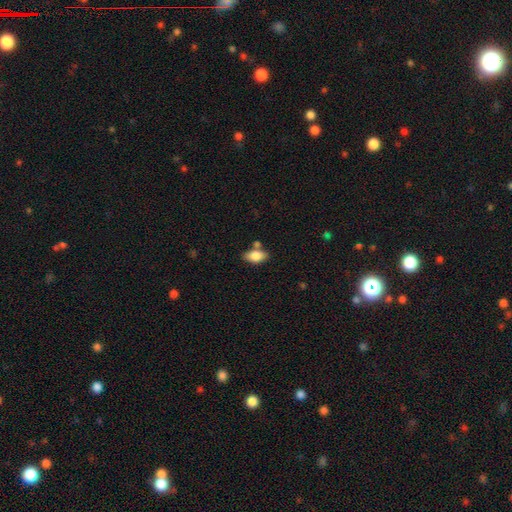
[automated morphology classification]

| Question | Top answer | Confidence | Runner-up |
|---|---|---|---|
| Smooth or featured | smooth | 81% | featured or disk (12%) |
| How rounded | in between | 90% | cigar-shaped (5%) |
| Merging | none | 69% | minor disturbance (14%) |